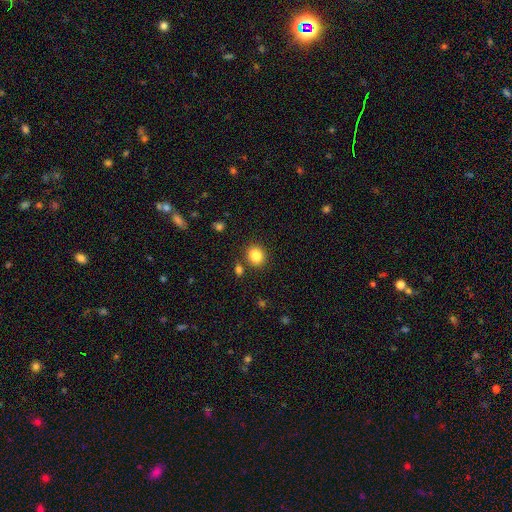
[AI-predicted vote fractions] This appears to be a smooth galaxy with no disk features (86%) that is round (61%). Merging: none (82%).